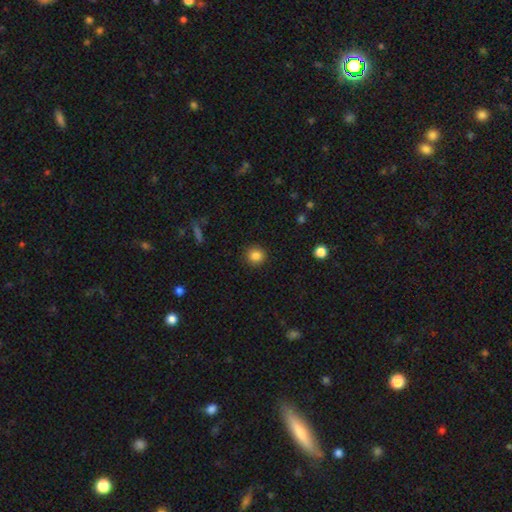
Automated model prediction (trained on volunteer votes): This appears to be a smooth galaxy with no disk features (85%) that is round (91%). Merging: none (90%).